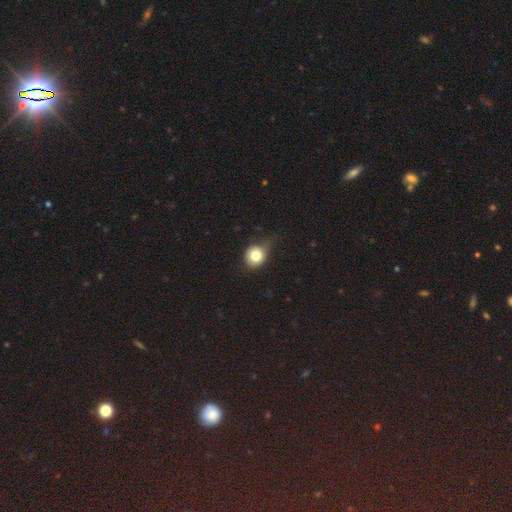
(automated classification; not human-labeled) A smooth galaxy with no disk features (78%) that is round (81%). Merging: none (57%).